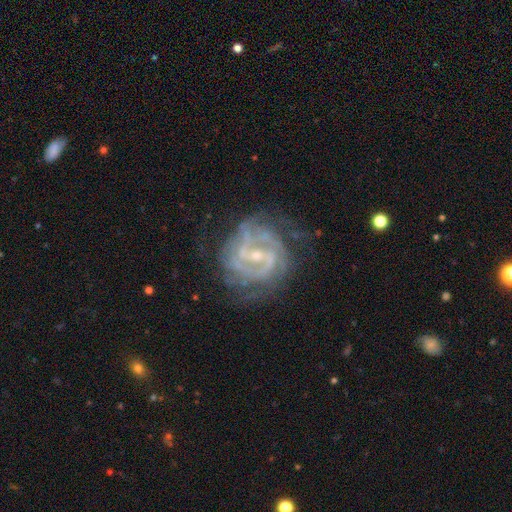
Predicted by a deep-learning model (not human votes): The model was most divided on "spiral arm count": 2: 39%, can't tell: 26%, 3: 16%, 4: 9%, more than 4: 5%, 1: 5%. Remaining: edge-on disk — no (97%); spiral arms — yes (95%); smooth or featured — featured or disk (88%); bulge size — small (73%); merging — none (67%); spiral winding — tight (54%); bar — weak (50%).